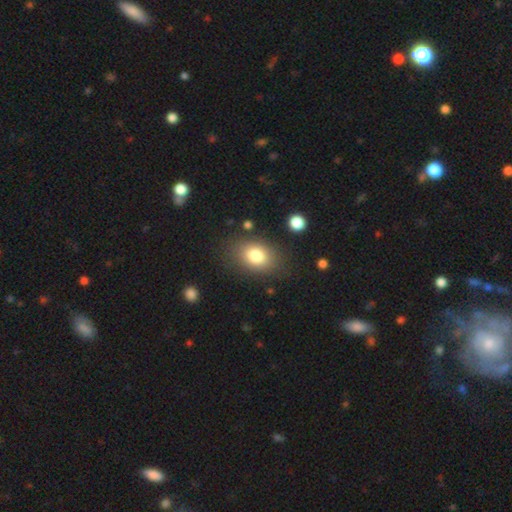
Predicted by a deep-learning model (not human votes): The model was most divided on "how rounded": in between: 74%, round: 25%, cigar-shaped: 1%. More confident: merging — none (80%); smooth or featured — smooth (80%).